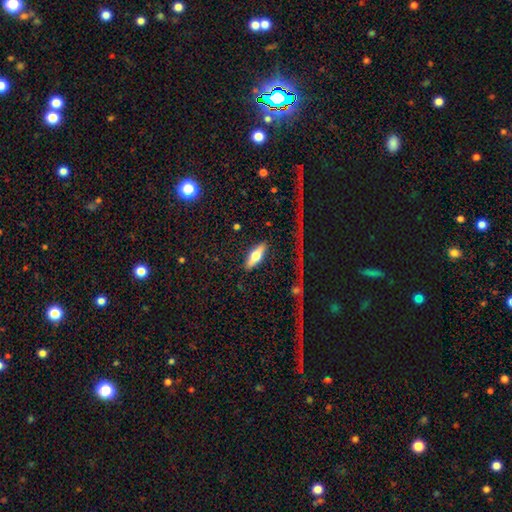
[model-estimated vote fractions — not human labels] A smooth galaxy with no disk features (50%) that is in between round and cigar-shaped (59%).

Vote fractions:
- Smooth or featured? smooth: 50% / featured or disk: 43% / star or artifact: 7%
- How rounded? in between: 59% / cigar-shaped: 37% / round: 4%
- Merging? none: 86% / minor disturbance: 9% / major disturbance: 3% / merger: 2%